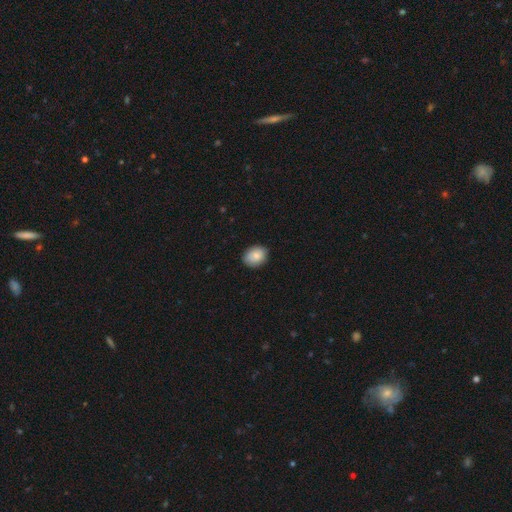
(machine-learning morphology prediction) Overall: smooth (83%). How rounded: in between (61%; round 38%). Merging: none (85%).